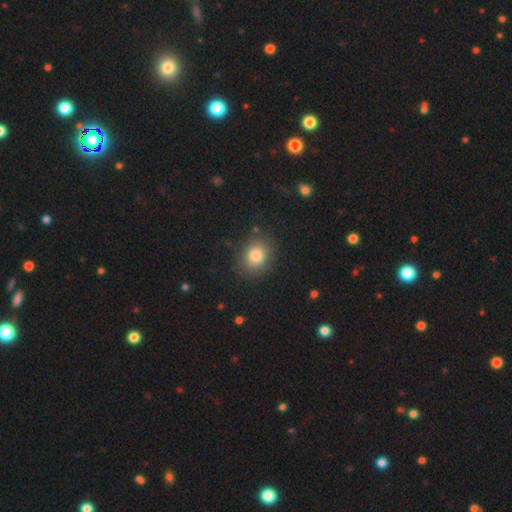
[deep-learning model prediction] Overall: smooth (81%). How rounded: round (64%; in between 35%). Merging: none (84%).